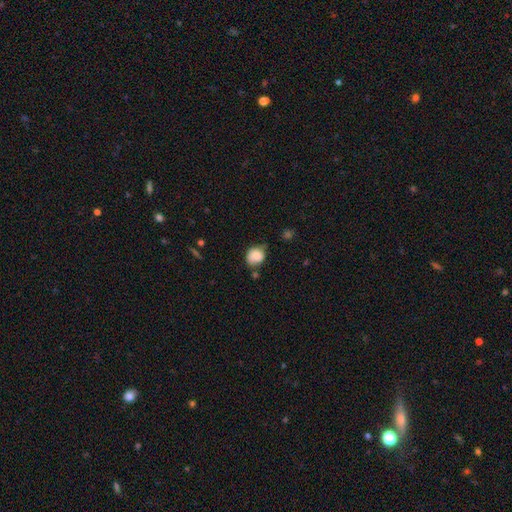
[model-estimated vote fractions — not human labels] This is likely a smooth galaxy (76%). How rounded: likely round (66%). Merging: possibly none (48%).